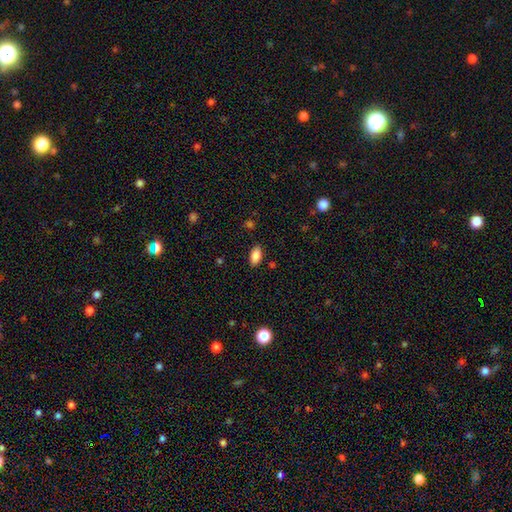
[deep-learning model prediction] This is clearly a smooth galaxy (87%). How rounded: clearly in between (92%). Merging: clearly none (86%).